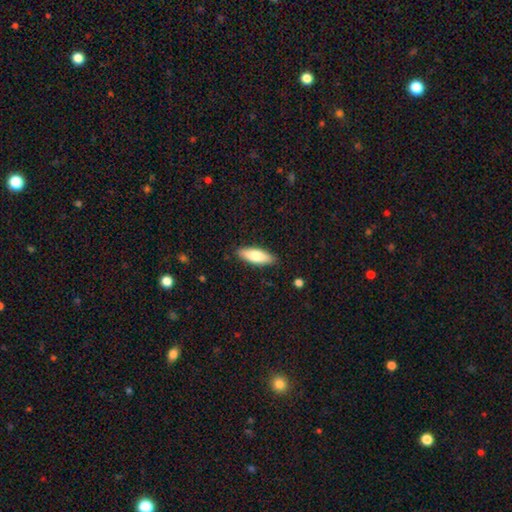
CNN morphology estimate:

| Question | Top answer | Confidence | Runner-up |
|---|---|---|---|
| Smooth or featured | smooth | 76% | featured or disk (18%) |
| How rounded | in between | 62% | cigar-shaped (36%) |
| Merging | none | 88% | minor disturbance (9%) |